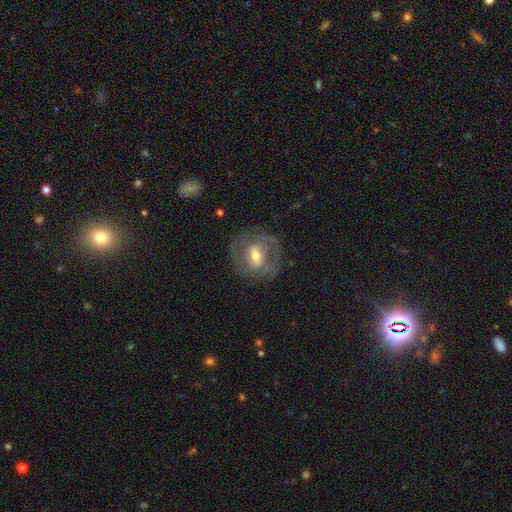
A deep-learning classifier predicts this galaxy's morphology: This appears to be a featured or disk galaxy (74%) with a weak bar (45%), 2 (67%) tight (49%) spiral arms (77%) and a moderate central bulge (68%). Merging: none (77%).